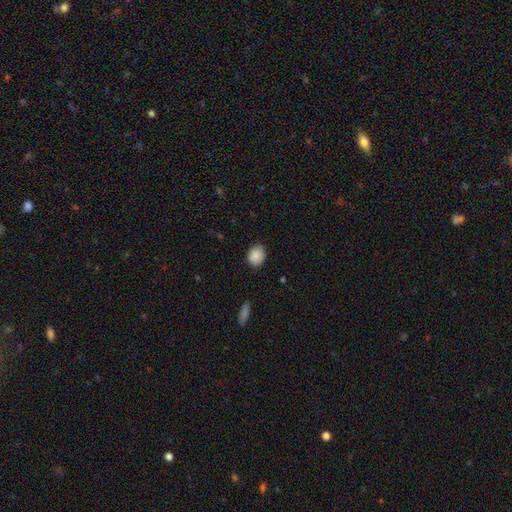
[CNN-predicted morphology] This is clearly a smooth galaxy (88%). How rounded: possibly round (58%). Merging: clearly none (81%).